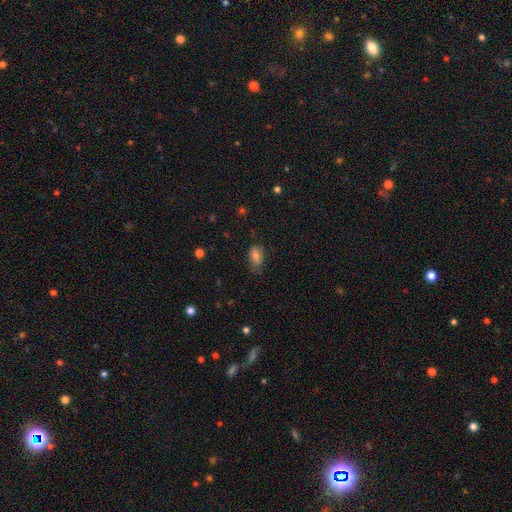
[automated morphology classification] Overall: smooth (77%). How rounded: in between (88%). Merging: none (64%; minor disturbance 27%).